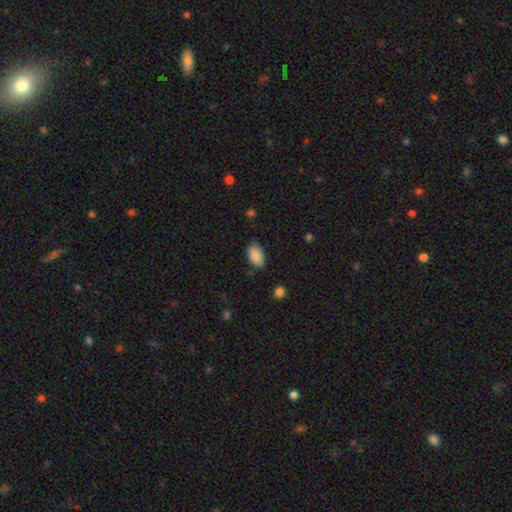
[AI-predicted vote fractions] Smooth or featured? Predicted: smooth (p=0.89). How rounded? Predicted: in between (p=0.94). Merging? Predicted: none (p=0.78).